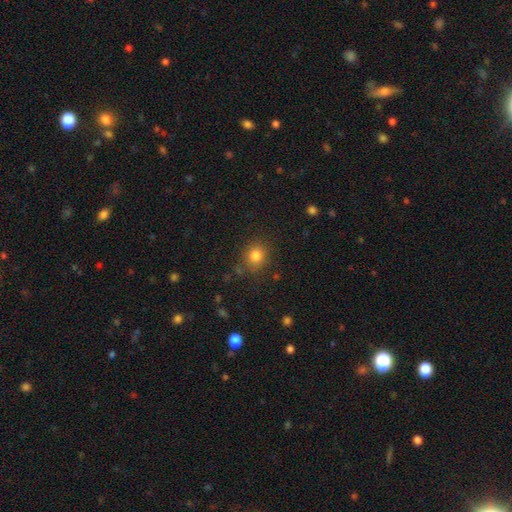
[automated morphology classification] smooth_or_featured: smooth (p=0.81) [alt: star or artifact p=0.13]
how_rounded: round (p=0.77) [alt: in between p=0.22]
merging: none (p=0.81) [alt: minor disturbance p=0.12]